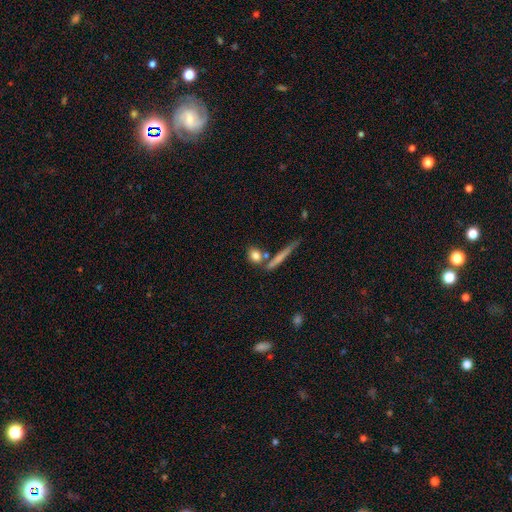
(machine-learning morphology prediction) Smooth or featured: smooth — 78% (featured or disk — 14%)
How rounded: round — 43% (in between — 38%)
Merging: none — 64% (merger — 19%)